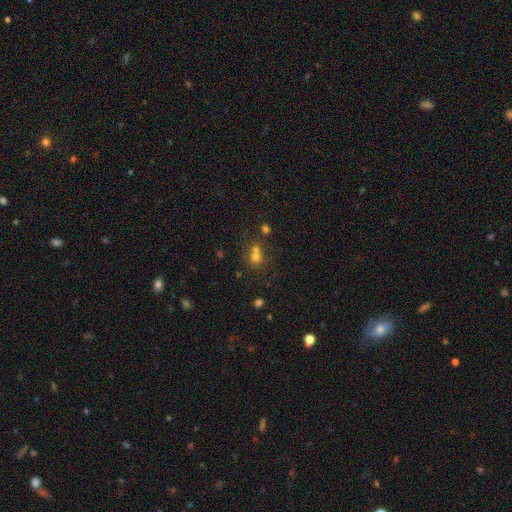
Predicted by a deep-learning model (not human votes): Smooth or featured? smooth (63%)
How rounded? round (81%)
Merging? merger (46%)